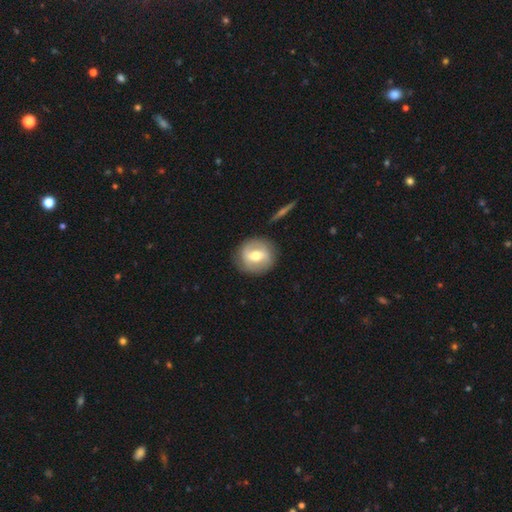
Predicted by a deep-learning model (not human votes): Smooth or featured?
  - featured or disk: 54% *
  - smooth: 40%
  - star or artifact: 6%
Edge-on disk?
  - no: 92% *
  - yes: 8%
Bar?
  - weak: 41% *
  - strong: 39%
  - no: 20%
Spiral arms?
  - yes: 53% *
  - no: 47%
Bulge size?
  - moderate: 72% *
  - small: 16%
  - large: 9%
  - dominant: 1%
  - none: 1%
Merging?
  - none: 84% *
  - minor disturbance: 10%
  - major disturbance: 4%
  - merger: 2%